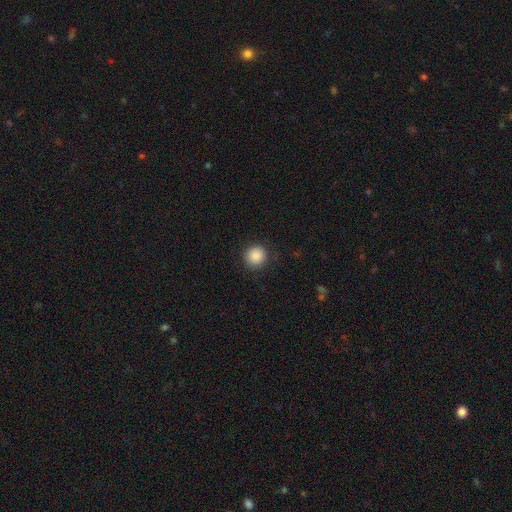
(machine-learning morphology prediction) Smooth or featured?
  - smooth: 88% *
  - star or artifact: 9%
  - featured or disk: 3%
How rounded?
  - round: 94% *
  - in between: 5%
  - cigar-shaped: 1%
Merging?
  - none: 90% *
  - minor disturbance: 7%
  - major disturbance: 3%
  - merger: 1%